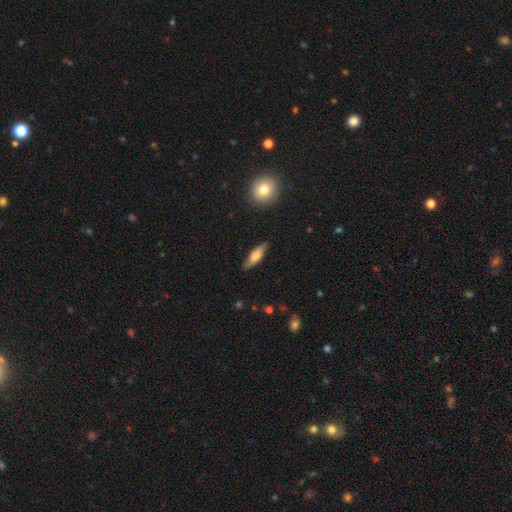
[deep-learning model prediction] smooth-or-featured: smooth: 65% | featured or disk: 29% | star or artifact: 6%
  how-rounded: cigar-shaped: 55% | in between: 42% | round: 3%
  merging: none: 82% | minor disturbance: 14% | major disturbance: 2% | merger: 1%